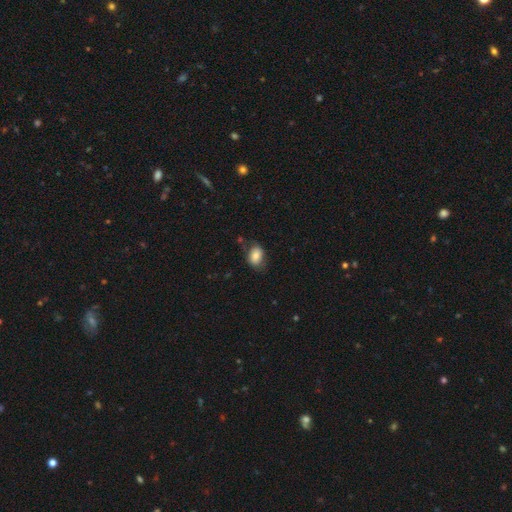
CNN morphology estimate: type=smooth (80%); roundness=in between (78%); merging=none (68%).